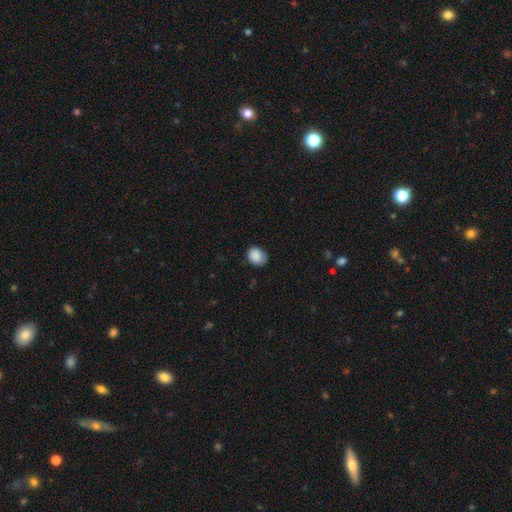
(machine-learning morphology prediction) Smooth or featured? Predicted: smooth (p=0.88). How rounded? Predicted: in between (p=0.57). Merging? Predicted: none (p=0.75).